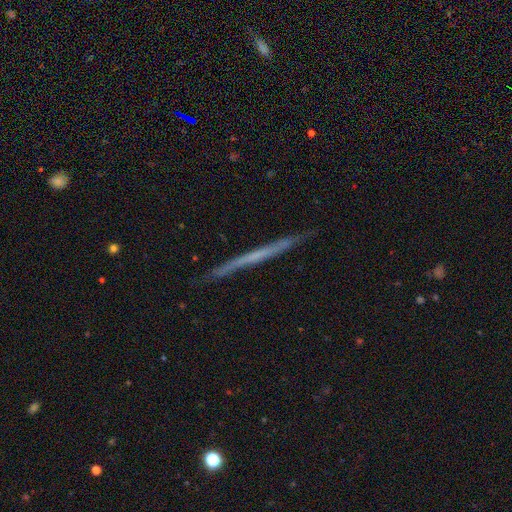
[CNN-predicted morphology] Smooth or featured: featured or disk — 58% (smooth — 35%)
Edge-on disk: yes — 97% (no — 3%)
Edge-on bulge: none — 92% (rounded — 5%)
Merging: none — 90% (minor disturbance — 8%)